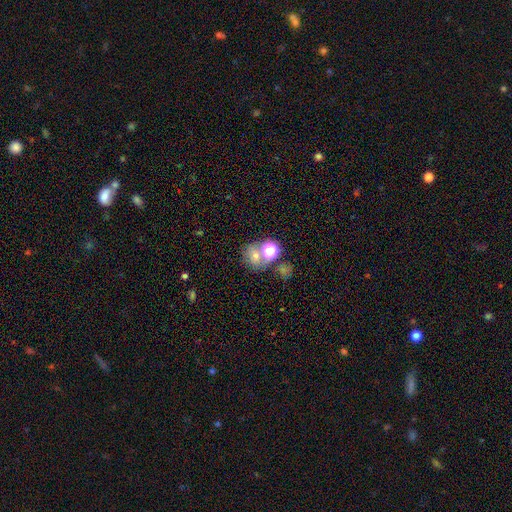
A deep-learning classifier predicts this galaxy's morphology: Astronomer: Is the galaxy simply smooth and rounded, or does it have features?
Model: star or artifact — 43% (runner-up: smooth, 40%).